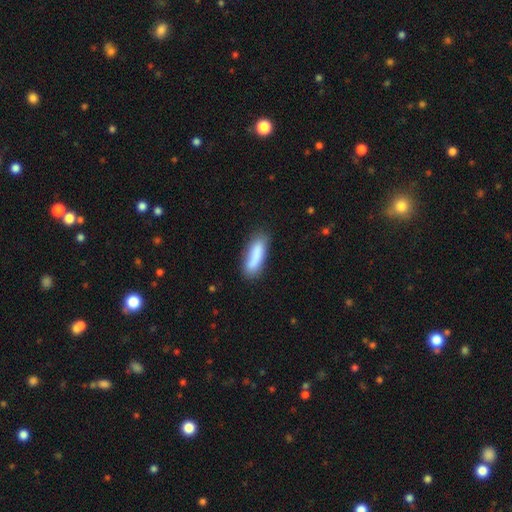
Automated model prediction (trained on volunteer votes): smooth-or-featured: smooth: 83% | featured or disk: 10% | star or artifact: 6%
  how-rounded: cigar-shaped: 57% | in between: 42% | round: 2%
  merging: none: 75% | minor disturbance: 18% | major disturbance: 4% | merger: 3%